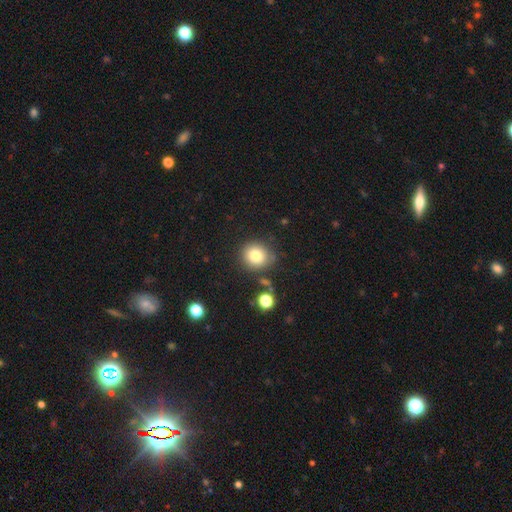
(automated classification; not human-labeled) A smooth galaxy with no disk features (80%) that is round (87%). Merging: none (81%).